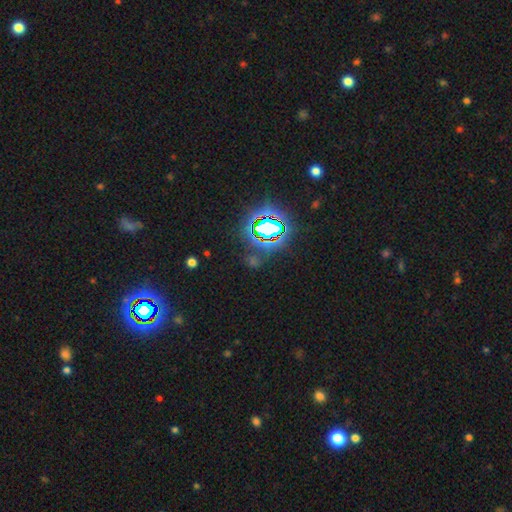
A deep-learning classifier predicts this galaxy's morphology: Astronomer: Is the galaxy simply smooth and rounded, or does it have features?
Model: star or artifact — 76%.